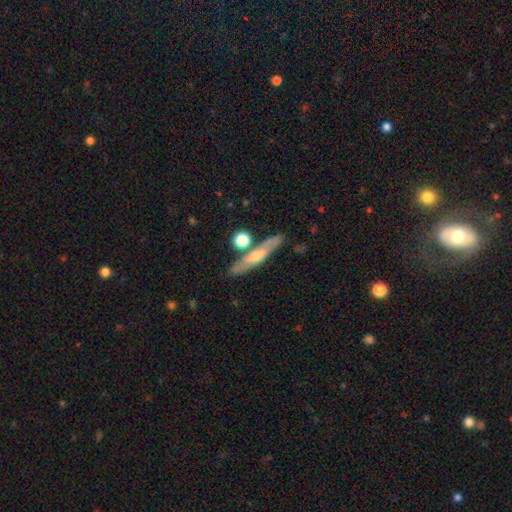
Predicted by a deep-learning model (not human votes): smooth_or_featured: featured or disk (p=0.52) [alt: smooth p=0.41]
disk_edge_on: yes (p=0.79) [alt: no p=0.21]
merging: none (p=0.76) [alt: minor disturbance p=0.12]